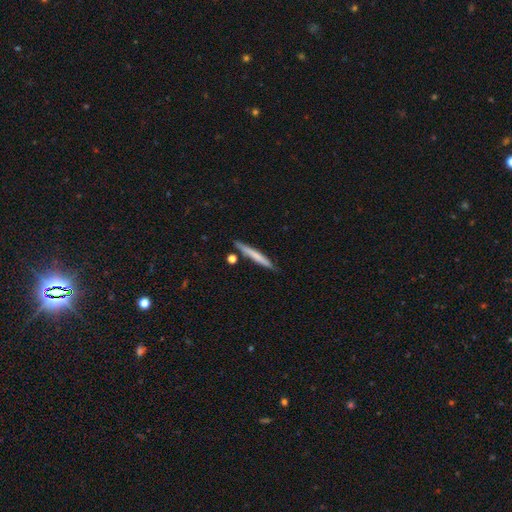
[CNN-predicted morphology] The model was most divided on "smooth or featured": smooth: 63%, featured or disk: 31%, star or artifact: 6%. More confident: how rounded — cigar-shaped (96%); merging — none (83%).